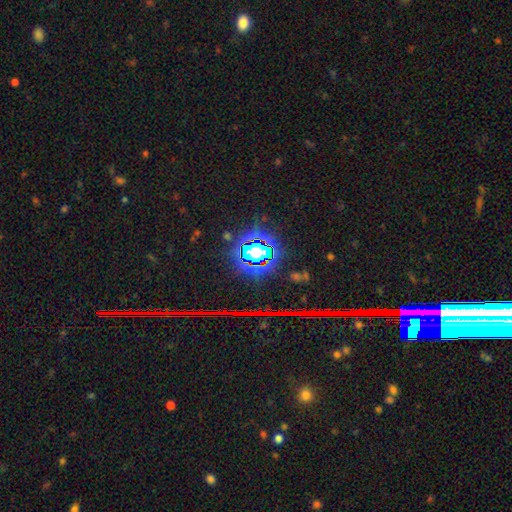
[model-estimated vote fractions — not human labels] Overall: star or artifact (78%).